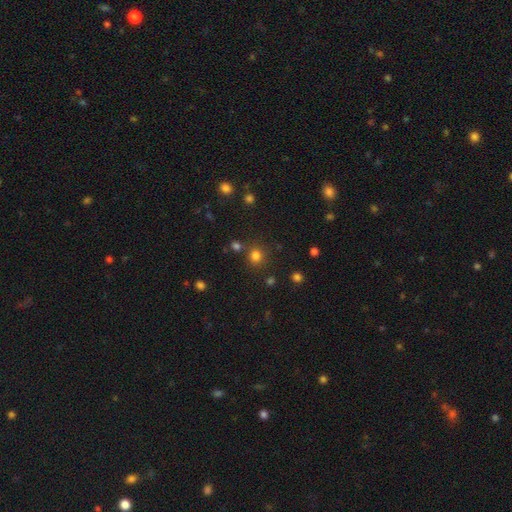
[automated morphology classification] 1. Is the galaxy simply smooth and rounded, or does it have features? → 78% smooth, 17% star or artifact, 5% featured or disk.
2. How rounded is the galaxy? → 88% round, 11% in between, 1% cigar-shaped.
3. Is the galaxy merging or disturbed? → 80% none, 8% minor disturbance, 8% merger, 4% major disturbance.